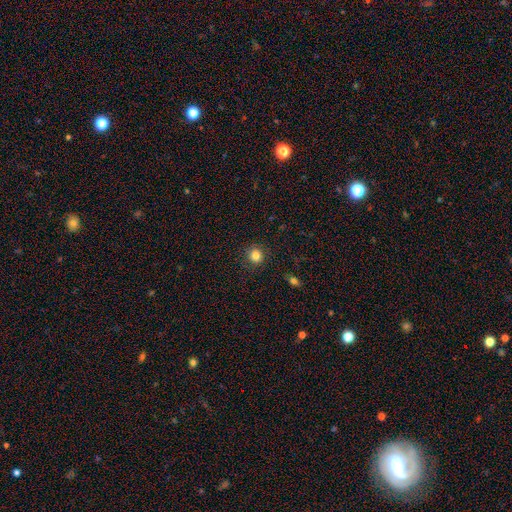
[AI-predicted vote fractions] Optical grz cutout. It shows a smooth galaxy with no disk features (82%) that is round (89%). Merging: none (89%).